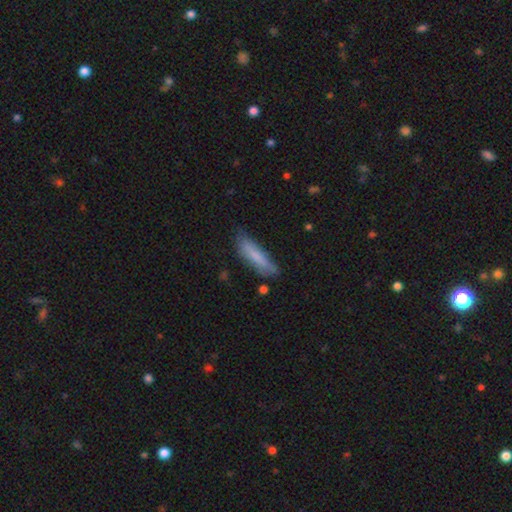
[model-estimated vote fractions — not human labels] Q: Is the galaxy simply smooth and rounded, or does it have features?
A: smooth — 75%.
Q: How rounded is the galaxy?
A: cigar-shaped — 74%.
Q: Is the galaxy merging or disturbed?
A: none — 72%.